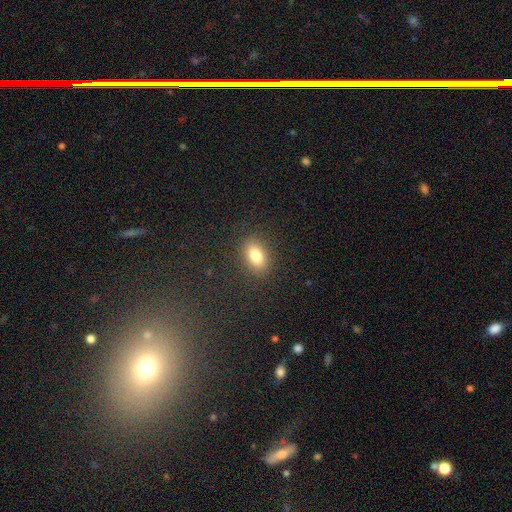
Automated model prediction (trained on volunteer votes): A smooth galaxy with no disk features (82%) that is in between round and cigar-shaped (84%). Merging: none (87%).